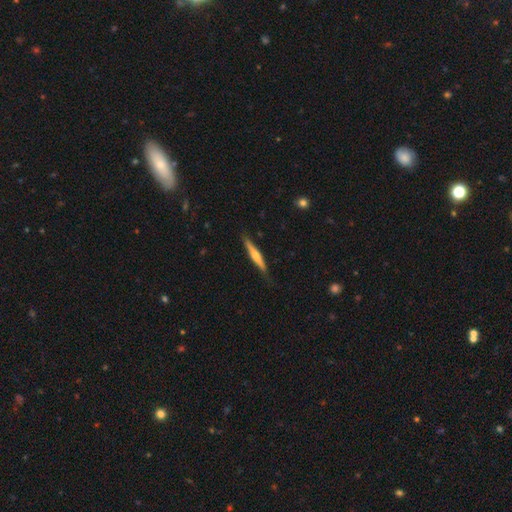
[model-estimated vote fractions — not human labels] featured or disk 54%, smooth 41%, star or artifact 5%. Down the decision tree: edge-on disk — yes (97%); edge-on bulge — rounded (73%); merging — none (83%).